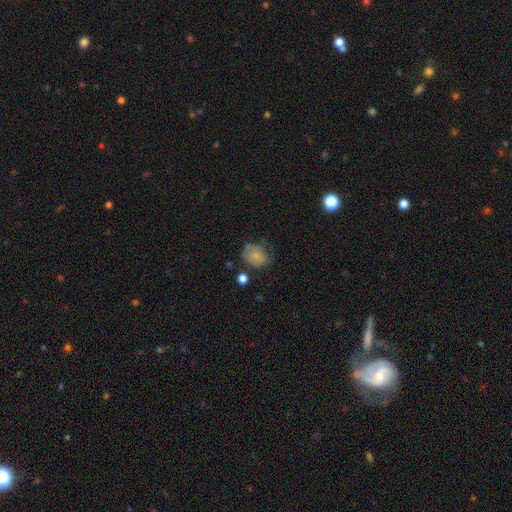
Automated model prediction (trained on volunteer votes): Smooth or featured: smooth — 73% (featured or disk — 17%)
How rounded: round — 62% (in between — 37%)
Merging: none — 51% (minor disturbance — 29%)